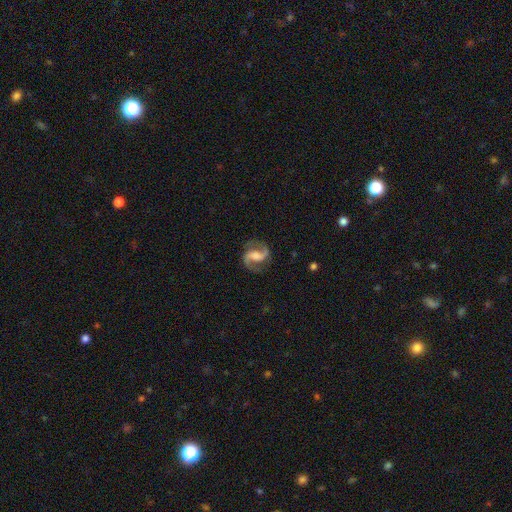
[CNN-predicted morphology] Q: Smooth or featured?
A: featured or disk (90%); runner-up: smooth (5%)
Q: Edge-on disk?
A: no (98%); runner-up: yes (2%)
Q: Bar?
A: weak (44%); runner-up: strong (28%)
Q: Spiral arms?
A: yes (98%); runner-up: no (2%)
Q: Spiral winding?
A: medium (53%); runner-up: loose (35%)
Q: Spiral arm count?
A: 2 (94%); runner-up: 1 (2%)
Q: Bulge size?
A: moderate (46%); runner-up: small (25%)
Q: Merging?
A: none (81%); runner-up: minor disturbance (12%)